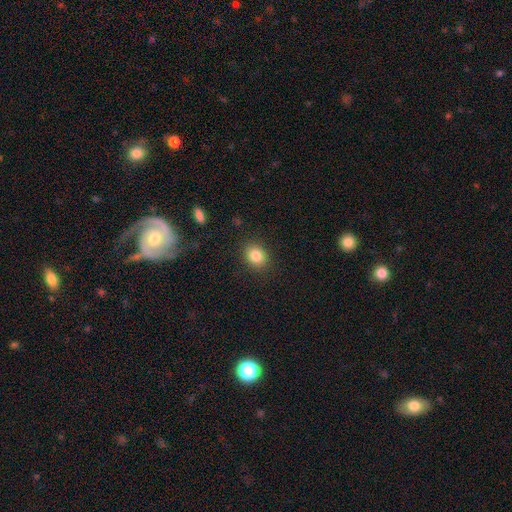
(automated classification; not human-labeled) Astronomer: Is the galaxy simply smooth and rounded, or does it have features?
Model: smooth — 84%.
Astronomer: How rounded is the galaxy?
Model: round — 57% (runner-up: in between, 42%).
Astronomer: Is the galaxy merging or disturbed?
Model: none — 88%.